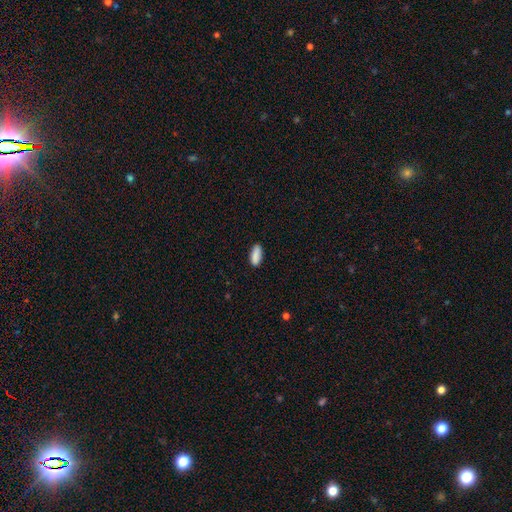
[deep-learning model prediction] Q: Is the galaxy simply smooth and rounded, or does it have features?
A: smooth — 89%.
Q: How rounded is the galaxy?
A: in between — 73%.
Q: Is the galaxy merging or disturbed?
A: none — 86%.